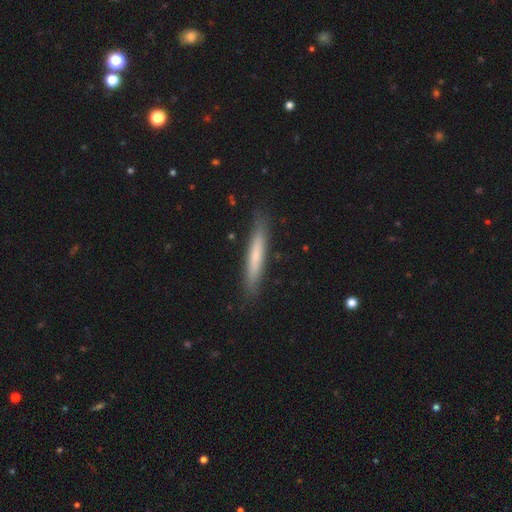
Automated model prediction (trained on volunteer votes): Overall: smooth (68%). How rounded: cigar-shaped (94%). Merging: none (87%).